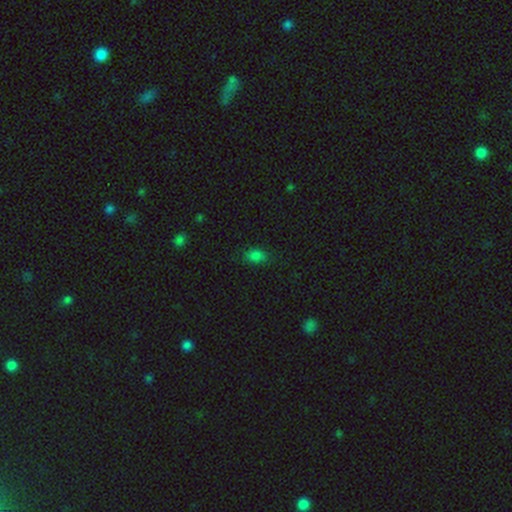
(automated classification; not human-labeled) smooth 80%, star or artifact 15%, featured or disk 5%. Down the decision tree: how rounded — in between (84%); merging — none (80%).